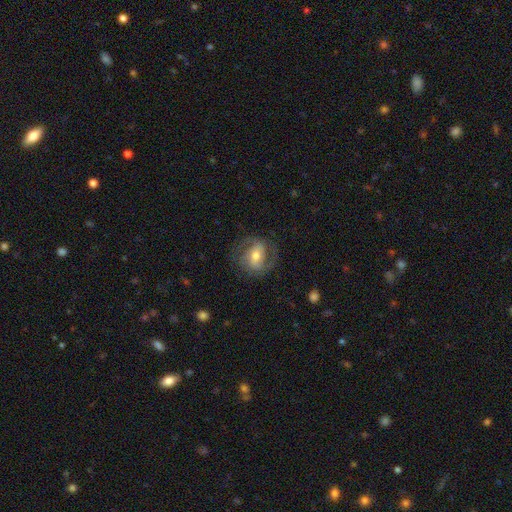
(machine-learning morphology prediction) type=featured or disk (66%); edge-on=no (96%); bar=weak (41%); spiral arms=yes (84%); winding=medium (49%); arm count=2 (81%); bulge=moderate (68%); merging=none (71%).